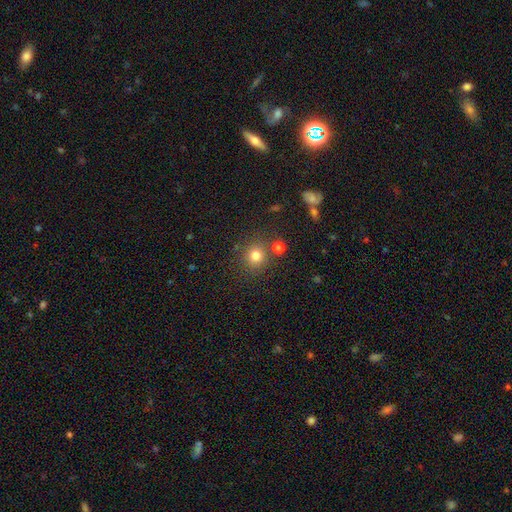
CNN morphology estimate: The model was most divided on "smooth or featured": smooth: 78%, star or artifact: 15%, featured or disk: 7%. More confident: how rounded — round (89%); merging — none (80%).